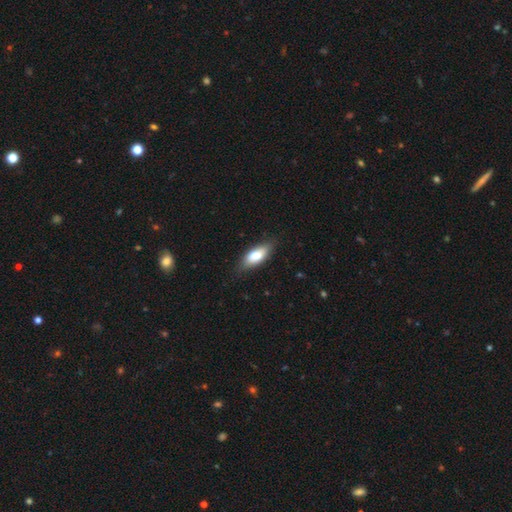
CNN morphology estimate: smooth_or_featured: smooth (p=0.76) [alt: featured or disk p=0.17]
how_rounded: in between (p=0.76) [alt: cigar-shaped p=0.22]
merging: none (p=0.78) [alt: minor disturbance p=0.17]